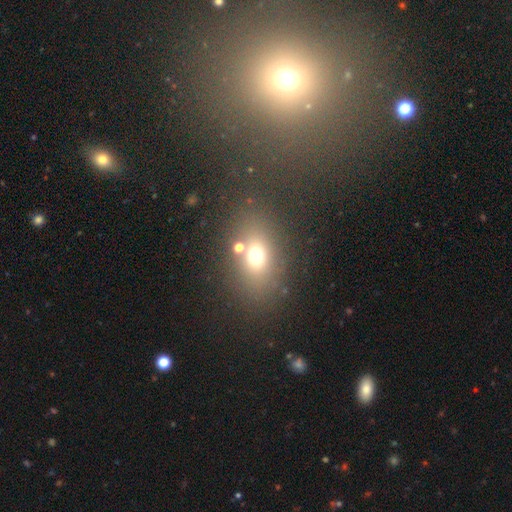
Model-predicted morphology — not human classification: Smooth or featured: smooth — 65% (star or artifact — 20%)
How rounded: in between — 58% (round — 41%)
Merging: none — 68% (merger — 12%)